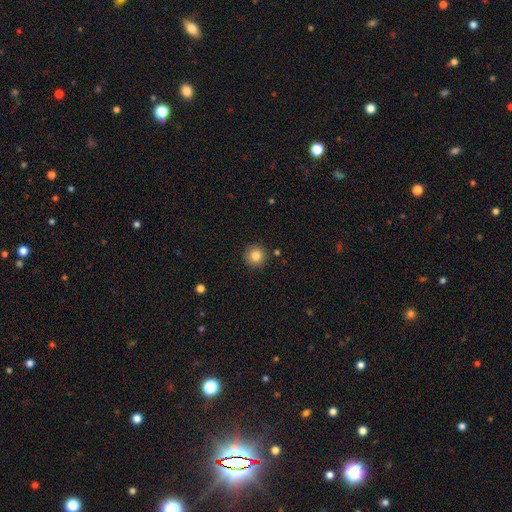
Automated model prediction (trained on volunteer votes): A smooth galaxy with no disk features (84%) that is round (95%).

Vote fractions:
- Smooth or featured? smooth: 84% / star or artifact: 10% / featured or disk: 6%
- How rounded? round: 95% / in between: 4% / cigar-shaped: 1%
- Merging? none: 91% / minor disturbance: 6% / major disturbance: 2% / merger: 2%